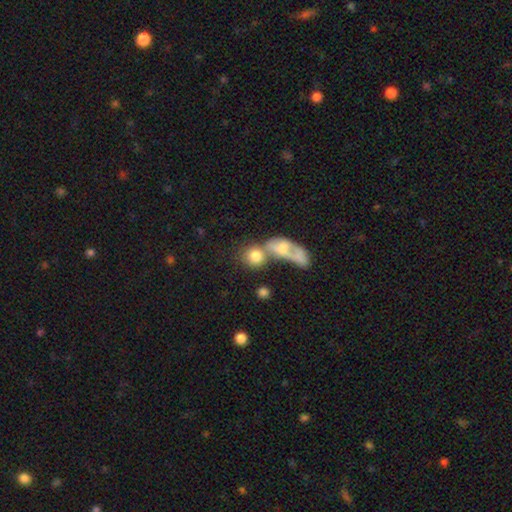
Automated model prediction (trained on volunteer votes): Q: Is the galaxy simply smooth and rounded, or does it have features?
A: smooth — 77%.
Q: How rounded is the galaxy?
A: round — 73%.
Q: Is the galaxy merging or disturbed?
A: merger — 50%.